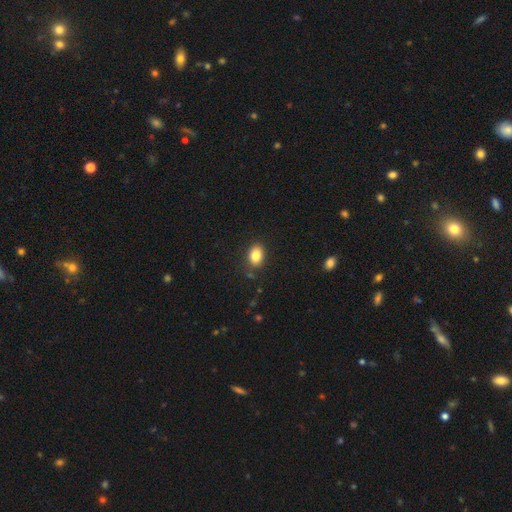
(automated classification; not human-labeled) Smooth or featured: smooth — 83% (star or artifact — 9%)
How rounded: in between — 75% (round — 24%)
Merging: none — 84% (minor disturbance — 11%)